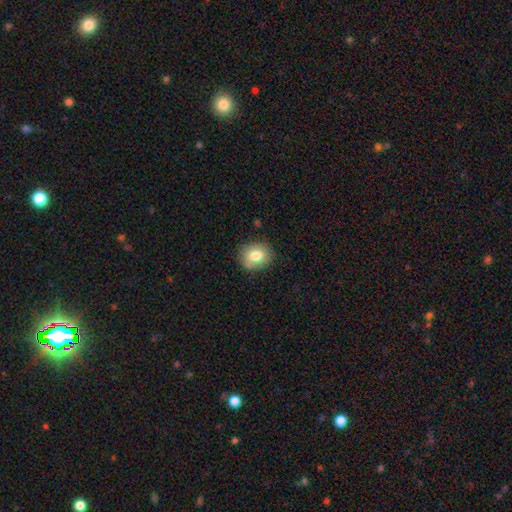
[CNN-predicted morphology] This appears to be a smooth galaxy with no disk features (80%) that is round (67%). Merging: none (80%).